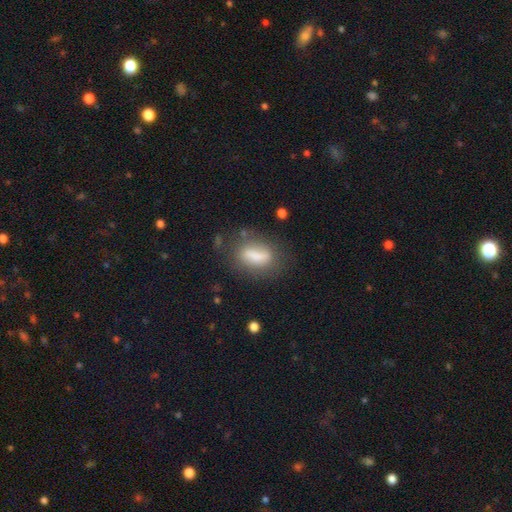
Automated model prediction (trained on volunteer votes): The model was most divided on "merging": none: 60%, minor disturbance: 21%, major disturbance: 12%, merger: 7%. More confident: smooth or featured — smooth (69%); how rounded — in between (68%).